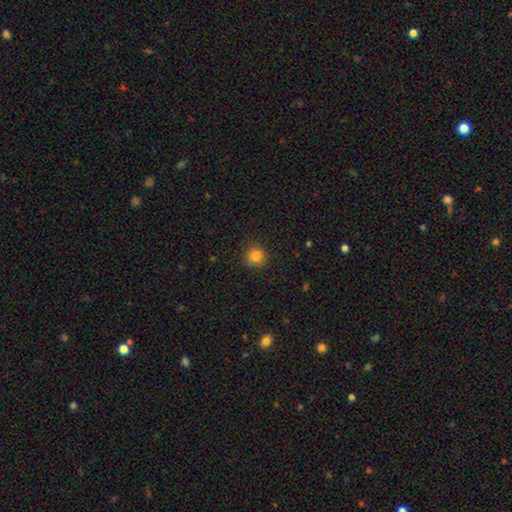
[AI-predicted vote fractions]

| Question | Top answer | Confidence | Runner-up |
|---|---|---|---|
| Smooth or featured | smooth | 84% | star or artifact (11%) |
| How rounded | round | 91% | in between (8%) |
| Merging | none | 87% | minor disturbance (9%) |